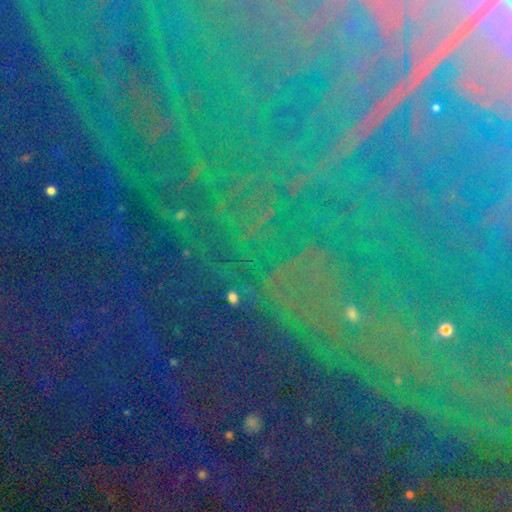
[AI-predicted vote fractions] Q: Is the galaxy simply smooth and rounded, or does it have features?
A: star or artifact — 85%.